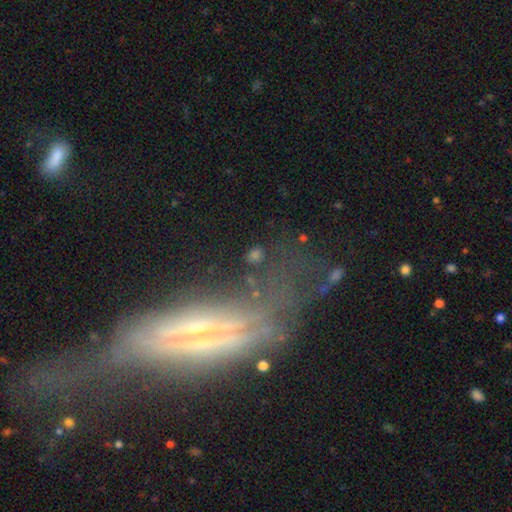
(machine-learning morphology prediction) Smooth or featured? Predicted: featured or disk (p=0.37). Merging? Predicted: none (p=0.66).